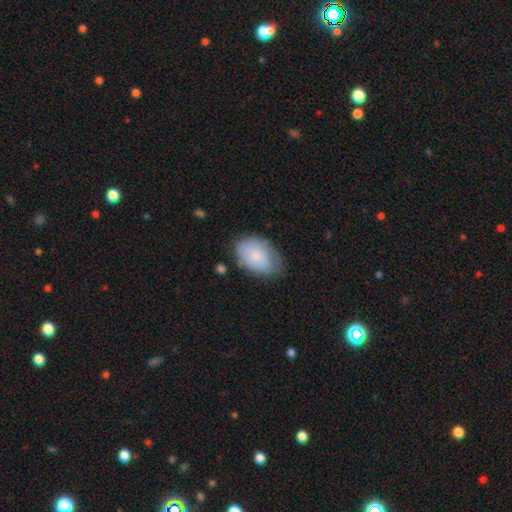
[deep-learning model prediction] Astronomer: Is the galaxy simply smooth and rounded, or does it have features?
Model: smooth — 77%.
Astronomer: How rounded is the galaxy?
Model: in between — 88%.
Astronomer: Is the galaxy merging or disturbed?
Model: none — 61%.